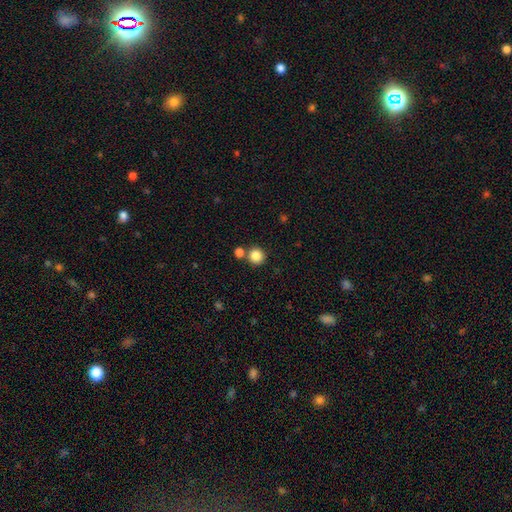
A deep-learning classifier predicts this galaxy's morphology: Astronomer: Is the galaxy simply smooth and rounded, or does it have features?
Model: smooth — 85%.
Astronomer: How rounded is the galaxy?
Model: round — 92%.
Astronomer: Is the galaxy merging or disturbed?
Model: none — 73%.